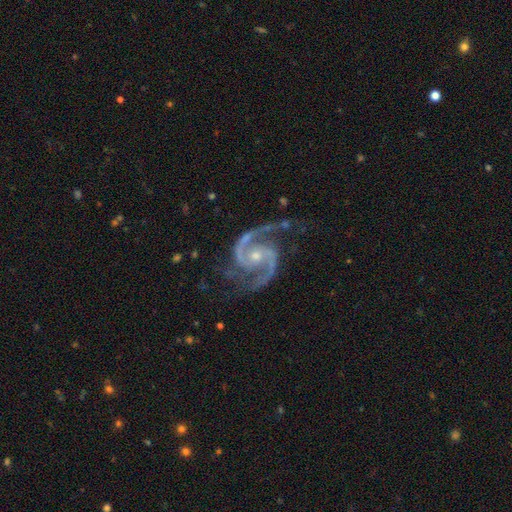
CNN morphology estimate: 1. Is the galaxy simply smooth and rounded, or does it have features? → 94% featured or disk, 4% star or artifact, 2% smooth.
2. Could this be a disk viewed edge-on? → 98% no, 2% yes.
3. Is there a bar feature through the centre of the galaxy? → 57% no, 31% weak, 12% strong.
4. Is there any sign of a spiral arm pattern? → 99% yes, 1% no.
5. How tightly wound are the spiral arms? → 67% medium, 22% tight, 11% loose.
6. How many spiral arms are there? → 93% 2, 2% 3, 1% can't tell, 1% 1, 1% 4, 1% more than 4.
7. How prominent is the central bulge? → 57% small, 39% moderate, 2% none, 1% large, 1% dominant.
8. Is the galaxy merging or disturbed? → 73% none, 18% minor disturbance, 7% major disturbance, 2% merger.